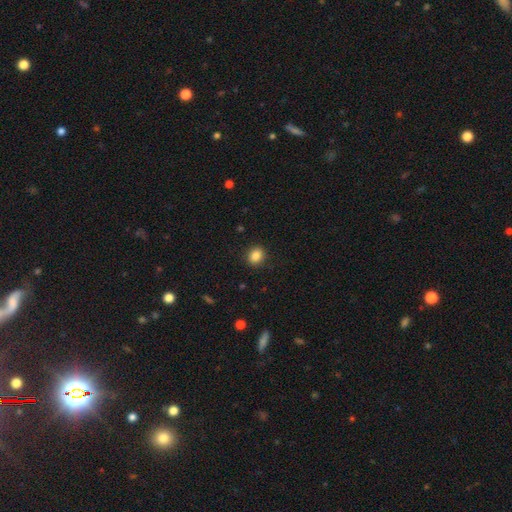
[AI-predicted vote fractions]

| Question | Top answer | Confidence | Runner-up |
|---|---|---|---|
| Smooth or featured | smooth | 86% | star or artifact (10%) |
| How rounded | round | 69% | in between (30%) |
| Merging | none | 90% | minor disturbance (7%) |